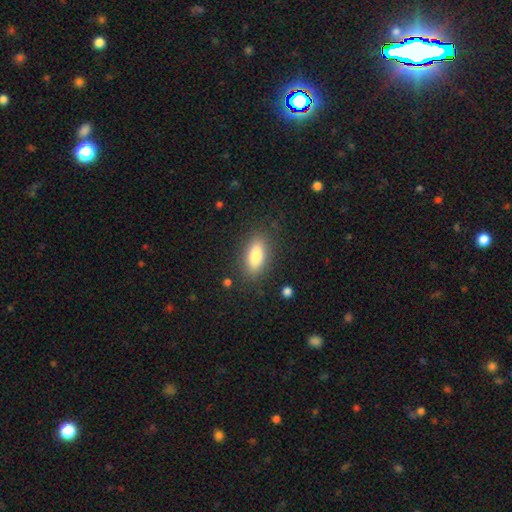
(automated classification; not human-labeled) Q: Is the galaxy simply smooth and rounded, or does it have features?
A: smooth — 80%.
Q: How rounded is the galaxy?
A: in between — 82%.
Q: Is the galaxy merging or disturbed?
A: none — 85%.